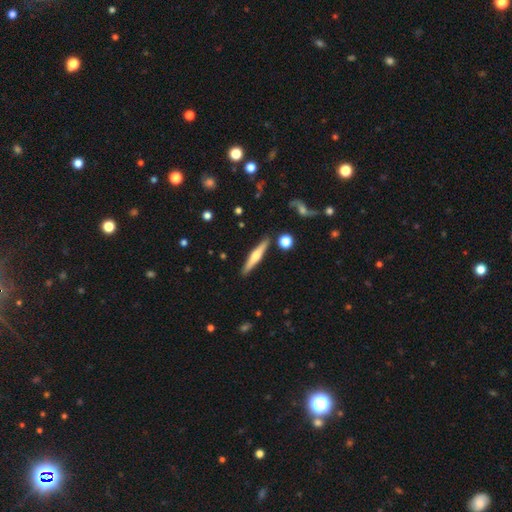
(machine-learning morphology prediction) smooth_or_featured: featured or disk (p=0.59) [alt: smooth p=0.35]
disk_edge_on: yes (p=0.97) [alt: no p=0.03]
edge_on_bulge: rounded (p=0.88) [alt: none p=0.06]
merging: none (p=0.88) [alt: minor disturbance p=0.07]